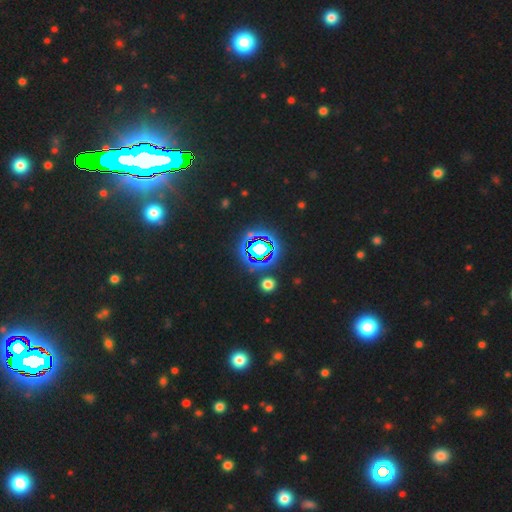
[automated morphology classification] Smooth or featured?
  - star or artifact: 82% *
  - smooth: 10%
  - featured or disk: 8%